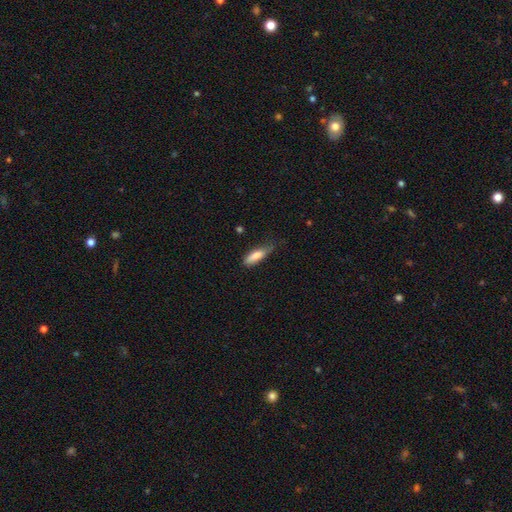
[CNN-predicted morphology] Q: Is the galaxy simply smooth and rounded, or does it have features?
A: smooth — 82%.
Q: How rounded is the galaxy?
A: in between — 53%.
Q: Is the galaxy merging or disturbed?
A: none — 53%.